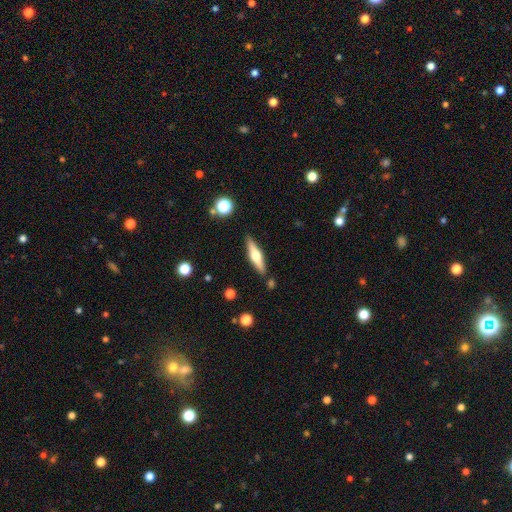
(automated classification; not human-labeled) Morphology: type=featured or disk (53%); edge-on=yes (95%); edge-on bulge=rounded (90%); merging=none (86%).